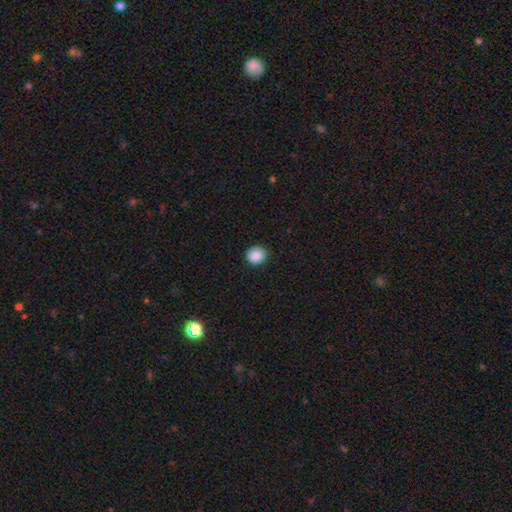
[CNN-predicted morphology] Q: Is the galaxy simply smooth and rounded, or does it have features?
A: smooth — 87%.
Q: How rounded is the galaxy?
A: round — 86%.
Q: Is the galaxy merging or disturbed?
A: none — 86%.